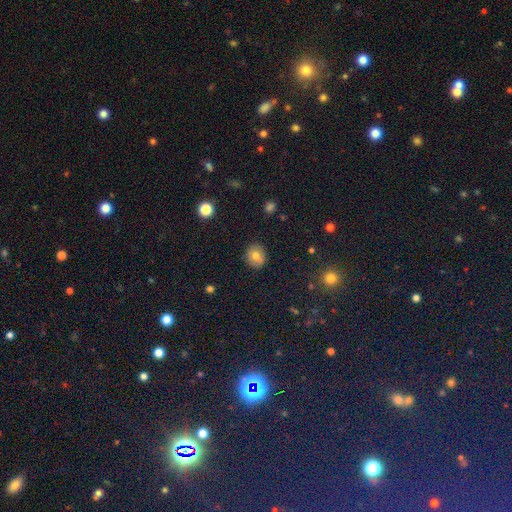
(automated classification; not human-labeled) smooth 67%, featured or disk 20%, star or artifact 13%. Down the decision tree: how rounded — round (74%); merging — none (83%).